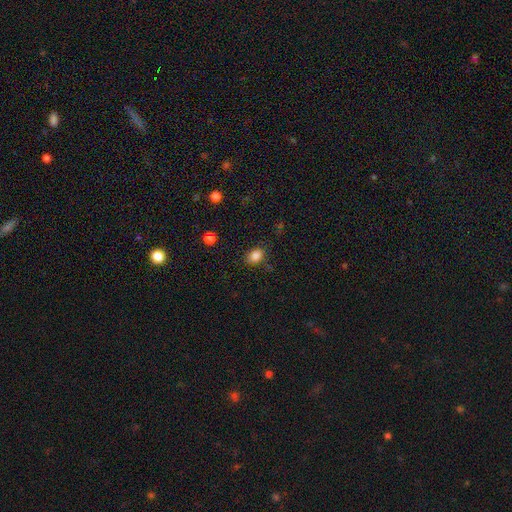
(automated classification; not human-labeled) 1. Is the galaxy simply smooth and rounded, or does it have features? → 85% smooth, 10% star or artifact, 5% featured or disk.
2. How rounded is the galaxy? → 73% in between, 26% round, 1% cigar-shaped.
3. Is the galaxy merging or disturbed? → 80% none, 14% minor disturbance, 4% major disturbance, 2% merger.